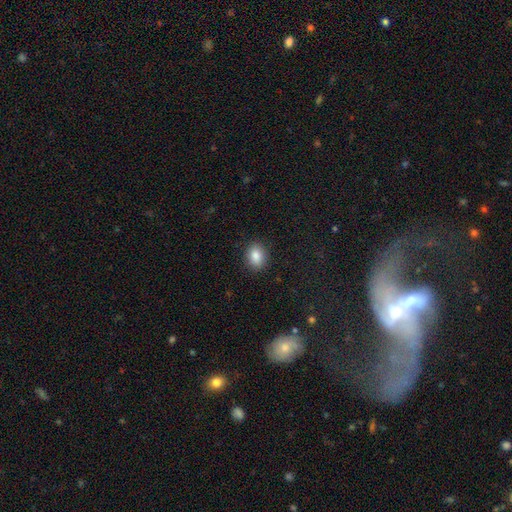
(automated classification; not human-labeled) smooth_or_featured: smooth (p=0.86) [alt: star or artifact p=0.09]
how_rounded: in between (p=0.67) [alt: round p=0.32]
merging: none (p=0.88) [alt: minor disturbance p=0.08]